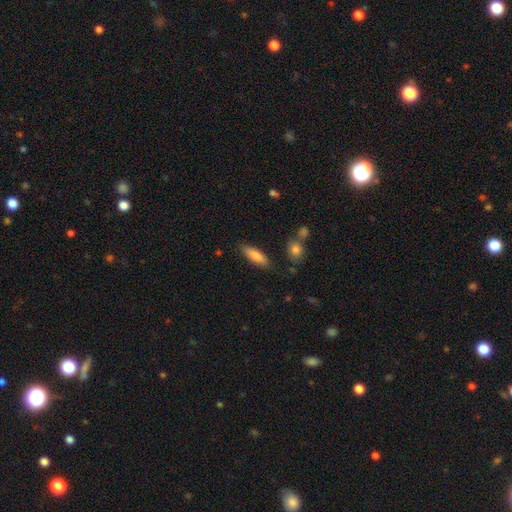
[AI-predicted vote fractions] A smooth galaxy with no disk features (80%) that is cigar-shaped (51%).

Vote fractions:
- Smooth or featured? smooth: 80% / featured or disk: 14% / star or artifact: 6%
- How rounded? cigar-shaped: 51% / in between: 47% / round: 2%
- Merging? none: 83% / minor disturbance: 12% / major disturbance: 3% / merger: 2%